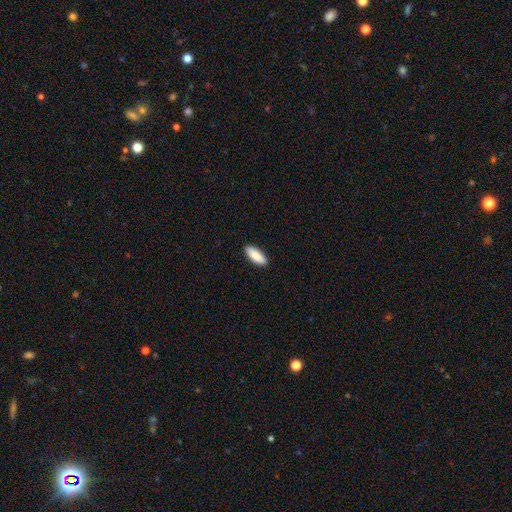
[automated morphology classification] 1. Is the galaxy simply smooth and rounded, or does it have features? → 87% smooth, 8% featured or disk, 5% star or artifact.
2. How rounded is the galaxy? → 73% in between, 25% cigar-shaped, 2% round.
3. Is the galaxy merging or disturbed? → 91% none, 7% minor disturbance, 1% major disturbance, 1% merger.